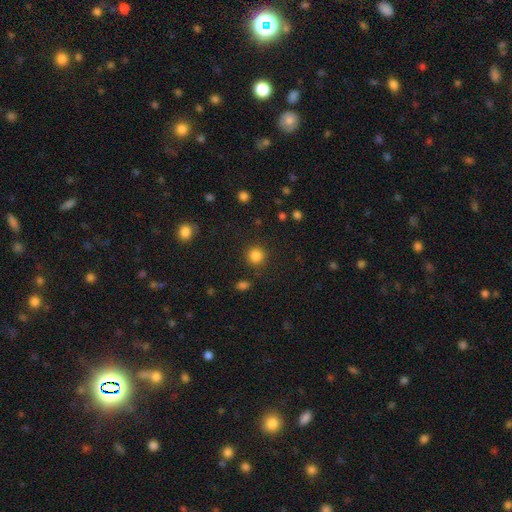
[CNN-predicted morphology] smooth 85%, star or artifact 11%, featured or disk 4%. Down the decision tree: how rounded — round (93%); merging — none (88%).